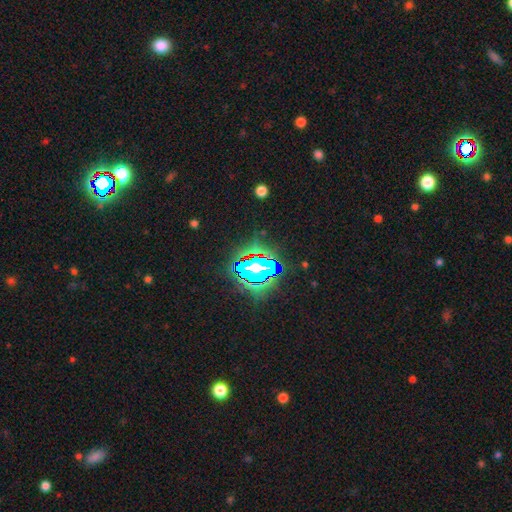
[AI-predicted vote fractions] Q: Smooth or featured?
A: star or artifact (82%); runner-up: smooth (11%)